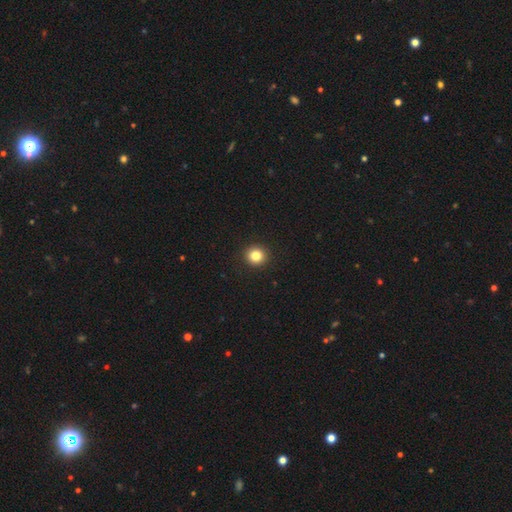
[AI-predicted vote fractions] Q: Smooth or featured?
A: smooth (83%); runner-up: star or artifact (12%)
Q: How rounded?
A: round (93%); runner-up: in between (6%)
Q: Merging?
A: none (93%); runner-up: minor disturbance (4%)